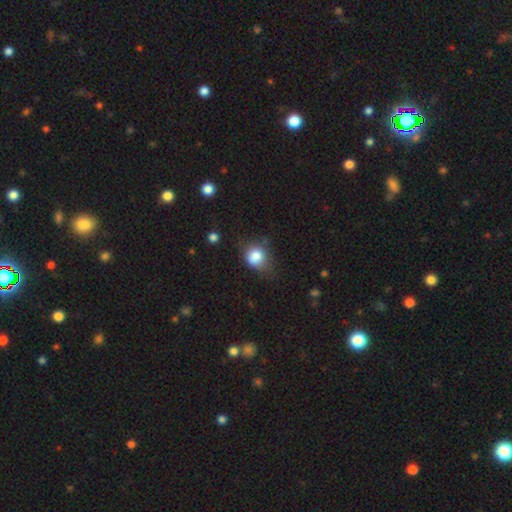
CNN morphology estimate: Smooth or featured? smooth (81%)
How rounded? round (63%)
Merging? none (47%)